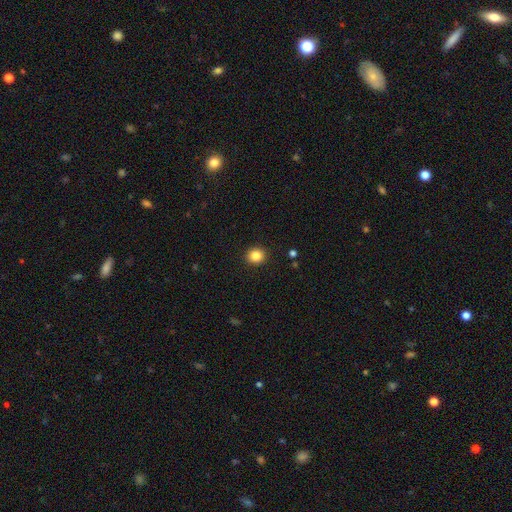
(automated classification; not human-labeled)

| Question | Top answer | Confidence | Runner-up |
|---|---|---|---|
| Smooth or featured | smooth | 85% | star or artifact (10%) |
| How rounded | round | 85% | in between (14%) |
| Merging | none | 92% | minor disturbance (5%) |